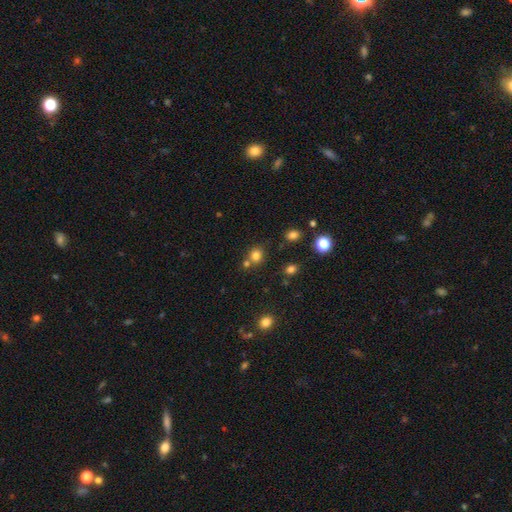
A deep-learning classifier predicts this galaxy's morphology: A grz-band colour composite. It shows a smooth galaxy with no disk features (78%) that is round (81%). Merging: none (64%).